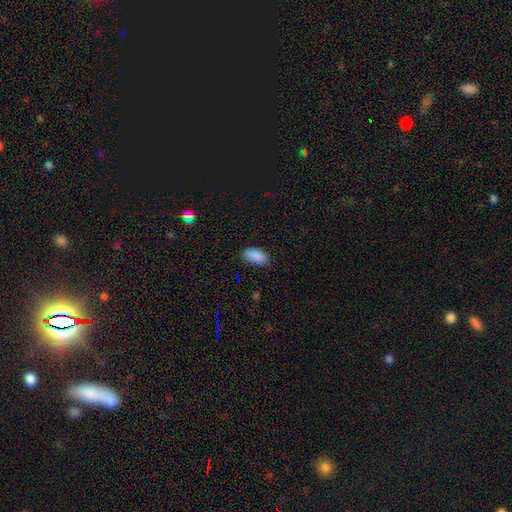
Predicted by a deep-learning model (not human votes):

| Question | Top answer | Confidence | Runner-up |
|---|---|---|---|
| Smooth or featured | smooth | 86% | star or artifact (8%) |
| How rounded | in between | 92% | cigar-shaped (5%) |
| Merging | none | 72% | minor disturbance (22%) |